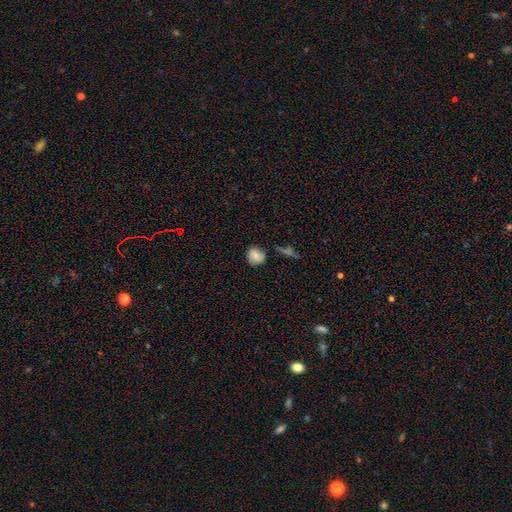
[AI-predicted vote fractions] Smooth or featured?
  - smooth: 72% *
  - featured or disk: 17%
  - star or artifact: 11%
How rounded?
  - round: 74% *
  - in between: 24%
  - cigar-shaped: 1%
Merging?
  - none: 72% *
  - minor disturbance: 20%
  - major disturbance: 4%
  - merger: 4%